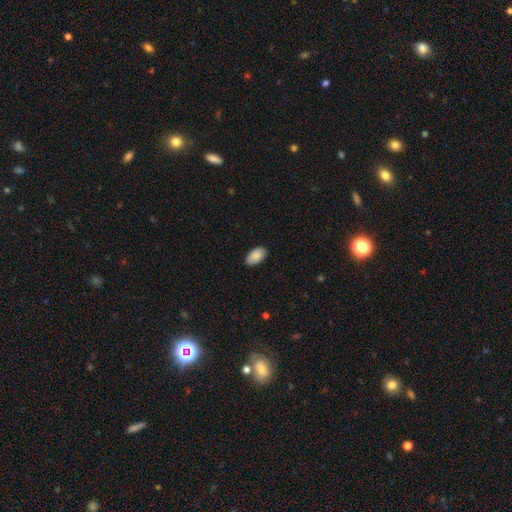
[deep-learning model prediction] Q: Smooth or featured?
A: smooth (89%); runner-up: star or artifact (6%)
Q: How rounded?
A: in between (95%); runner-up: round (3%)
Q: Merging?
A: none (88%); runner-up: minor disturbance (10%)